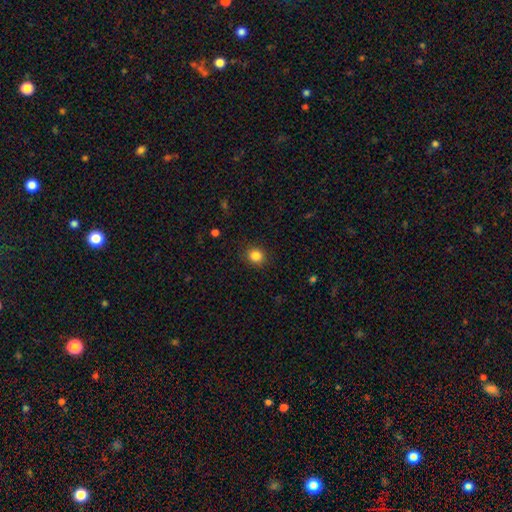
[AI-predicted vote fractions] A smooth galaxy with no disk features (85%) that is round (80%). Merging: none (90%).